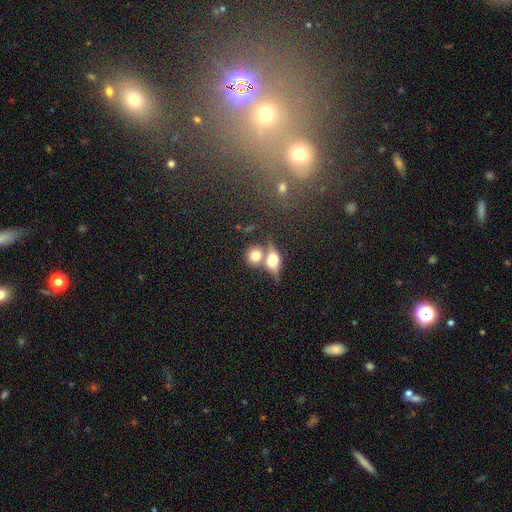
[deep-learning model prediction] This is likely a smooth galaxy (73%). How rounded: possibly round (59%). Merging: possibly merger (52%).